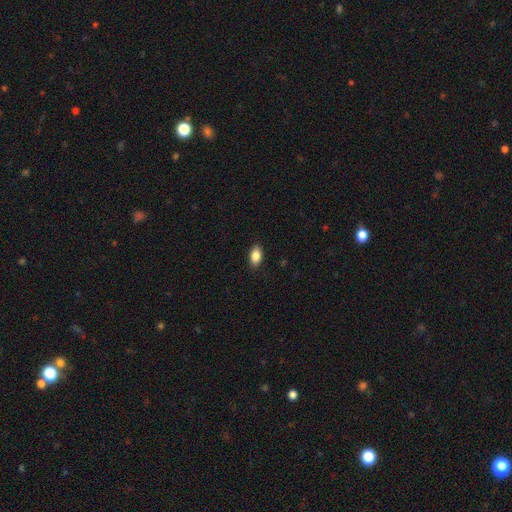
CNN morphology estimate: smooth 87%, star or artifact 8%, featured or disk 6%. Down the decision tree: how rounded — in between (91%); merging — none (89%).